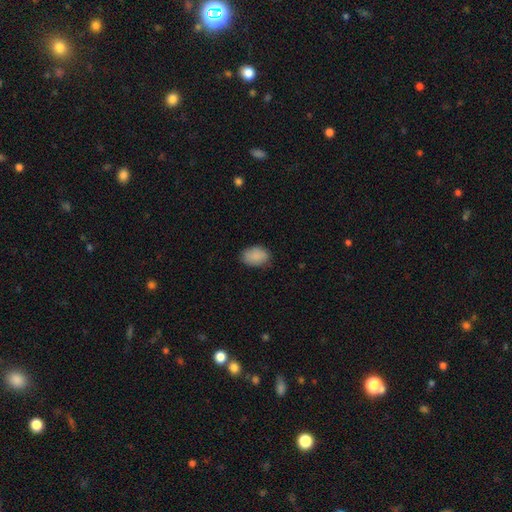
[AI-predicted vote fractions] smooth 88%, star or artifact 7%, featured or disk 4%. Down the decision tree: how rounded — in between (82%); merging — none (79%).